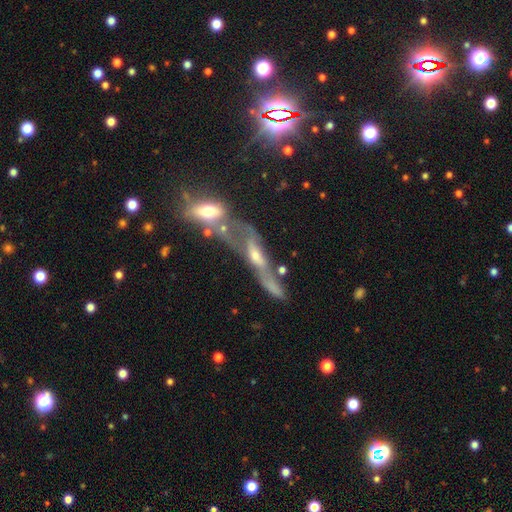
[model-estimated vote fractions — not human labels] Smooth or featured? featured or disk (64%)
Edge-on disk? no (52%)
Merging? merger (49%)